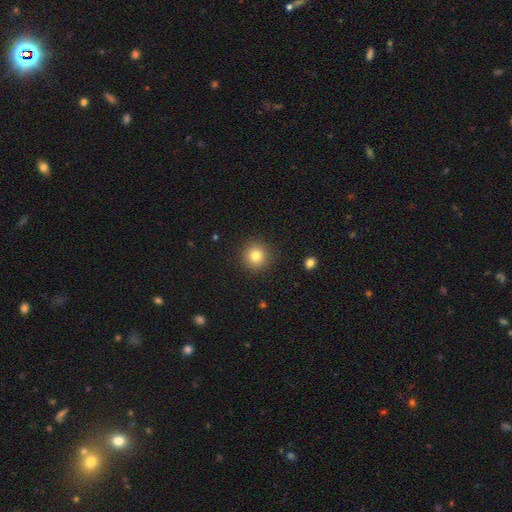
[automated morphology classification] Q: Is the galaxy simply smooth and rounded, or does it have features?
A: smooth — 81%.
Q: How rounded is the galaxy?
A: round — 94%.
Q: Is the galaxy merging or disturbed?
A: none — 89%.